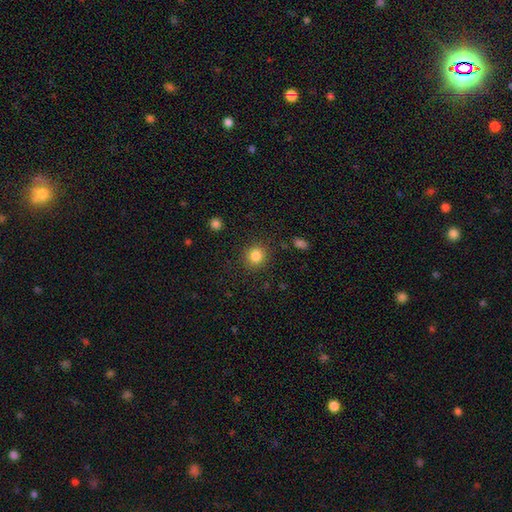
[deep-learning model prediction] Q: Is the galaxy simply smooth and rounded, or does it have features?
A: smooth — 84%.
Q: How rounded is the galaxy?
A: round — 88%.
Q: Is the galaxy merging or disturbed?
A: none — 88%.